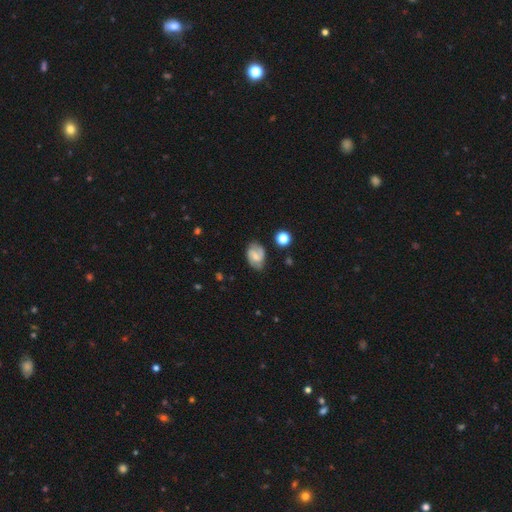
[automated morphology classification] A featured or disk galaxy (58%) with a weak bar (49%), 2 (79%) medium (47%) spiral arms (90%) and a small central bulge (48%). Merging: none (72%).